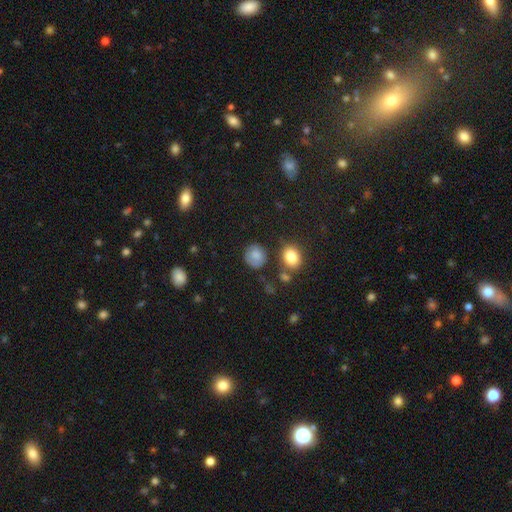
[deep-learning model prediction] A smooth galaxy with no disk features (81%) that is round (79%). Merging: none (72%).